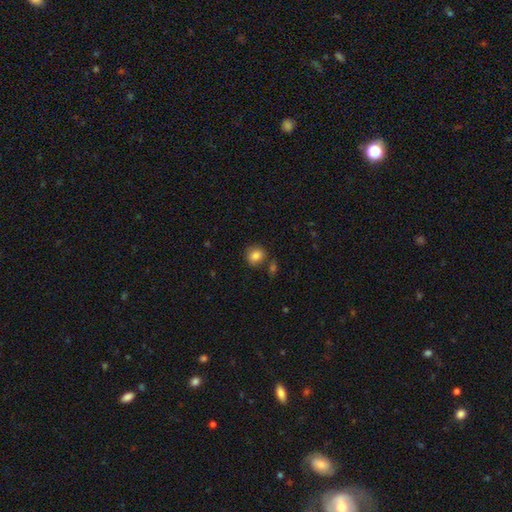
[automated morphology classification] smooth_or_featured: smooth (p=0.84) [alt: star or artifact p=0.09]
how_rounded: round (p=0.68) [alt: in between p=0.31]
merging: none (p=0.73) [alt: minor disturbance p=0.14]